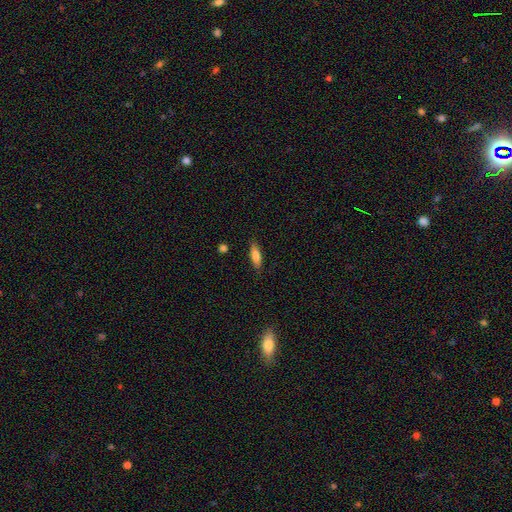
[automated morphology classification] This appears to be a smooth galaxy with no disk features (78%) that is cigar-shaped (50%). Merging: none (85%).